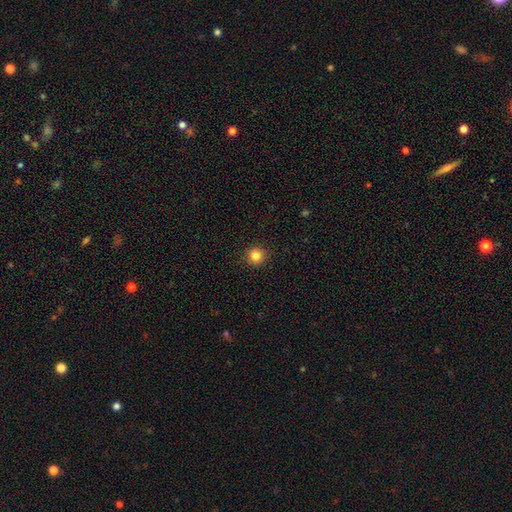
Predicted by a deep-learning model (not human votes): Morphology: type=smooth (83%); roundness=round (95%); merging=none (92%).